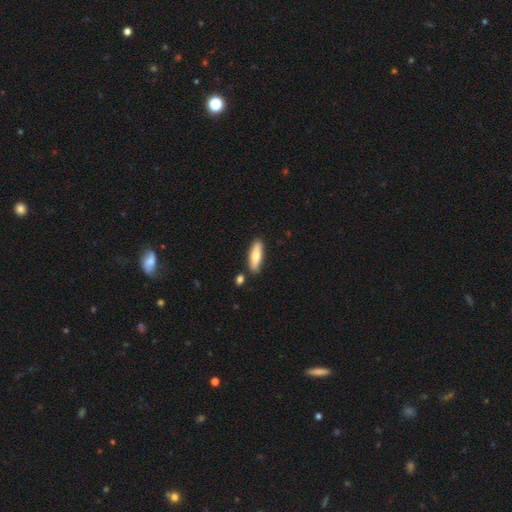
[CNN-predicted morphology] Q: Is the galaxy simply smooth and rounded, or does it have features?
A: smooth — 70%.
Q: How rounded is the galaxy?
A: cigar-shaped — 55%.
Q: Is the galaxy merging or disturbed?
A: none — 84%.